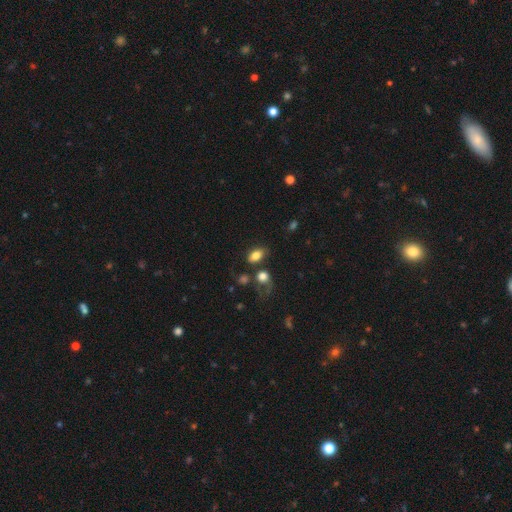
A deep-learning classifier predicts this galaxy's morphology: smooth 81%, featured or disk 10%, star or artifact 9%. Down the decision tree: how rounded — in between (83%); merging — none (63%).